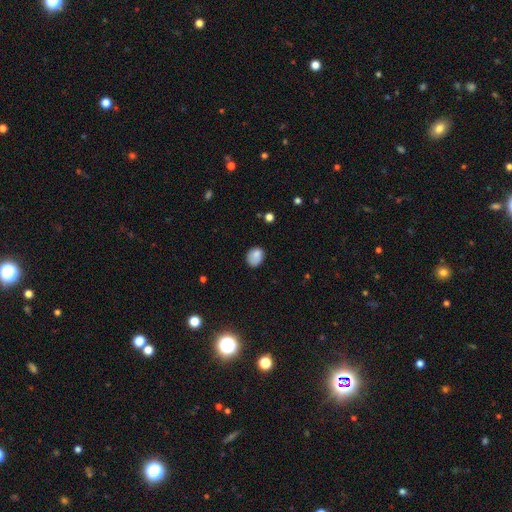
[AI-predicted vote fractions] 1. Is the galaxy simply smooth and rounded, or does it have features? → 82% smooth, 10% star or artifact, 8% featured or disk.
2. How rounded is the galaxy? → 57% in between, 42% round, 1% cigar-shaped.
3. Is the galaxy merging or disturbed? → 65% none, 26% minor disturbance, 6% major disturbance, 3% merger.